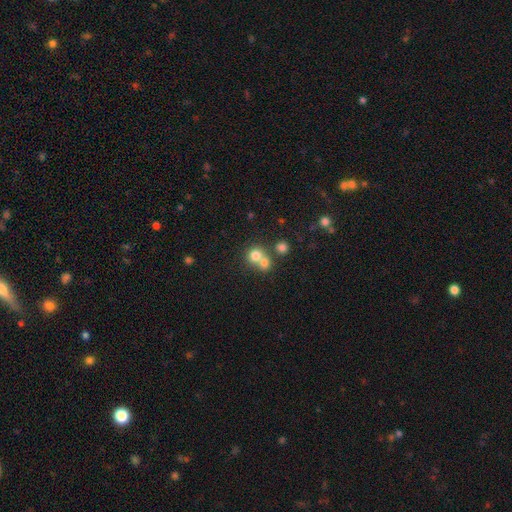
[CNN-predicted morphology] Smooth or featured: smooth — 75% (star or artifact — 13%)
How rounded: round — 82% (in between — 17%)
Merging: merger — 51% (none — 40%)